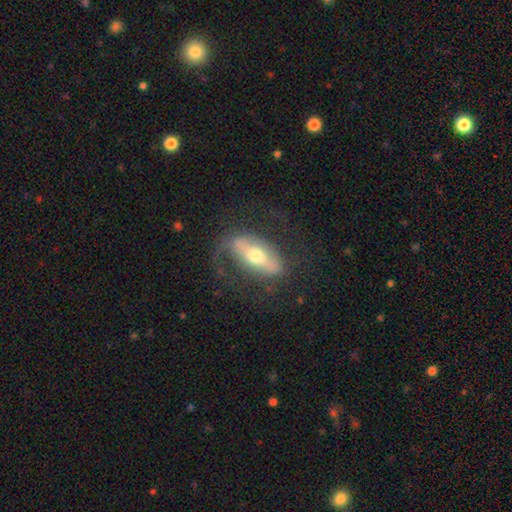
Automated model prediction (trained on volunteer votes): smooth_or_featured: featured or disk (p=0.68) [alt: smooth p=0.26]
disk_edge_on: no (p=0.74) [alt: yes p=0.26]
bar: strong (p=0.57) [alt: no p=0.22]
has_spiral_arms: yes (p=0.60) [alt: no p=0.40]
bulge_size: moderate (p=0.66) [alt: small p=0.25]
merging: none (p=0.64) [alt: major disturbance p=0.17]